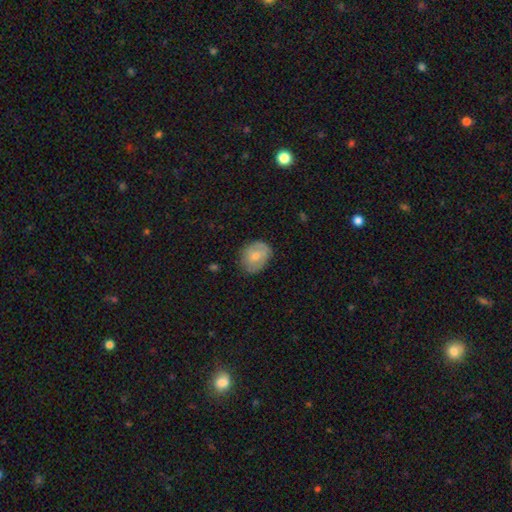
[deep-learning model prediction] A smooth galaxy with no disk features (62%) that is in between round and cigar-shaped (51%).

Vote fractions:
- Smooth or featured? smooth: 62% / featured or disk: 31% / star or artifact: 7%
- How rounded? in between: 51% / round: 48% / cigar-shaped: 1%
- Merging? none: 73% / minor disturbance: 21% / major disturbance: 5% / merger: 1%